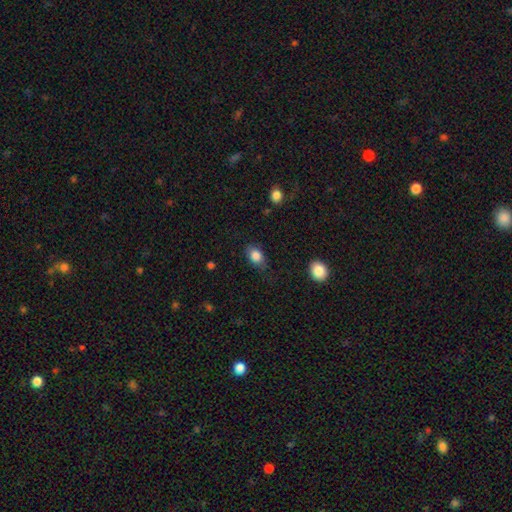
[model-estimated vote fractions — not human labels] smooth-or-featured: smooth: 84% | star or artifact: 8% | featured or disk: 8%
  how-rounded: in between: 78% | round: 20% | cigar-shaped: 2%
  merging: none: 73% | minor disturbance: 20% | major disturbance: 5% | merger: 1%